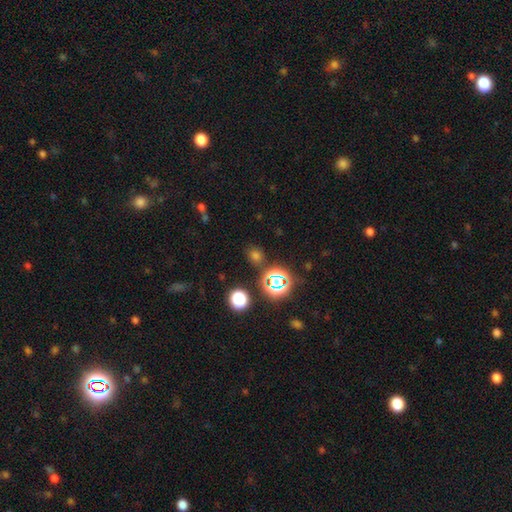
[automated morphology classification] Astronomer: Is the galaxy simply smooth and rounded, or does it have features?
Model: smooth — 57% (runner-up: star or artifact, 37%).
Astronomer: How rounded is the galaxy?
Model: round — 80%.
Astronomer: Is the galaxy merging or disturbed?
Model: none — 82%.